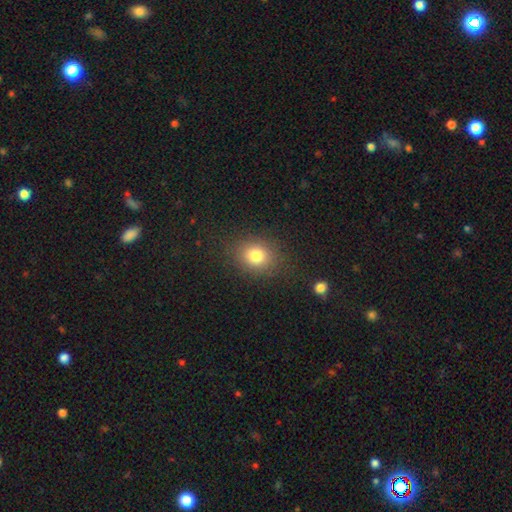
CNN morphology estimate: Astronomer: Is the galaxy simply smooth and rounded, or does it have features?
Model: smooth — 79%.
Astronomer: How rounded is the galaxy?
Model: round — 60% (runner-up: in between, 39%).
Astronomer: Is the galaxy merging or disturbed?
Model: none — 85%.